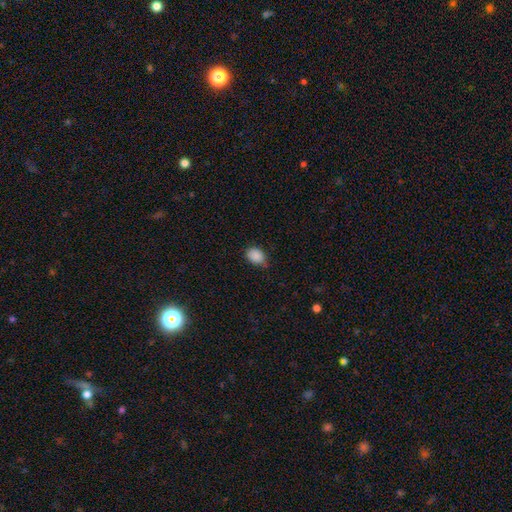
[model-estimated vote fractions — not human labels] smooth 88%, star or artifact 9%, featured or disk 3%. Down the decision tree: how rounded — in between (67%); merging — none (68%).